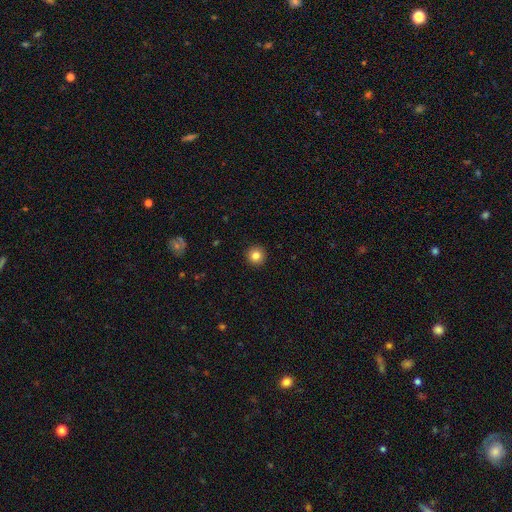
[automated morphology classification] smooth 84%, star or artifact 10%, featured or disk 6%. Down the decision tree: how rounded — round (96%); merging — none (93%).